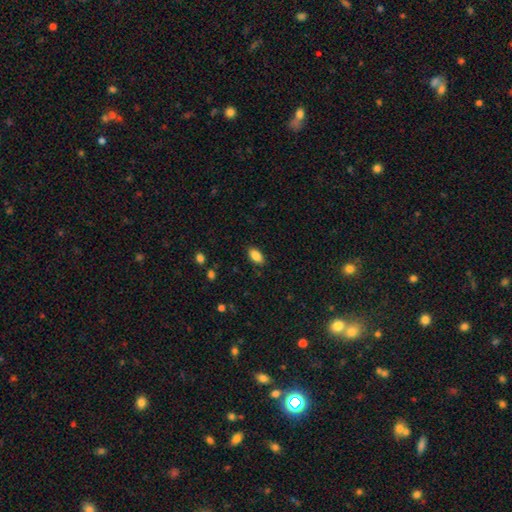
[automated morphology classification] smooth-or-featured: smooth: 87% | star or artifact: 8% | featured or disk: 5%
  how-rounded: in between: 92% | cigar-shaped: 4% | round: 3%
  merging: none: 87% | minor disturbance: 10% | major disturbance: 2% | merger: 1%